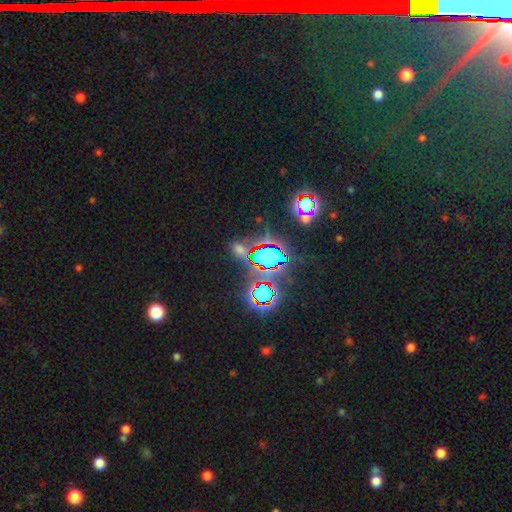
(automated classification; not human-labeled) smooth-or-featured: star or artifact: 81% | smooth: 11% | featured or disk: 8%